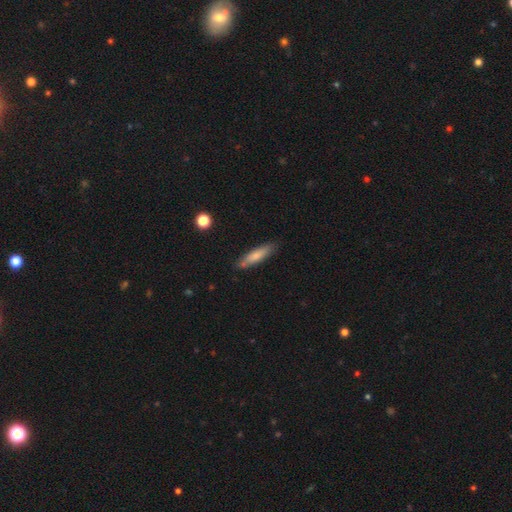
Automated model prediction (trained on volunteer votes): Smooth or featured? Predicted: smooth (p=0.74). How rounded? Predicted: cigar-shaped (p=0.78). Merging? Predicted: none (p=0.80).